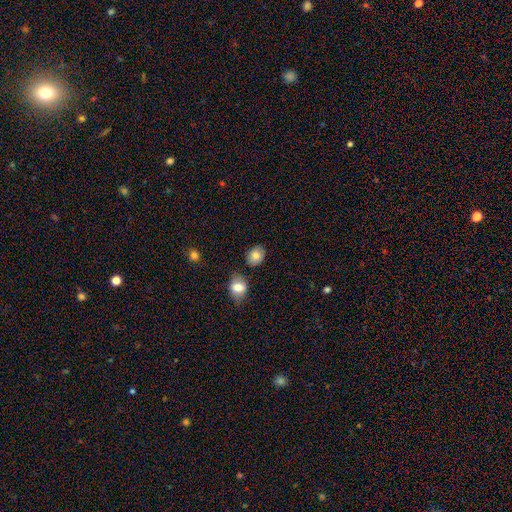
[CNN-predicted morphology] This is clearly a smooth galaxy (81%). How rounded: possibly in between (58%). Merging: clearly none (80%).